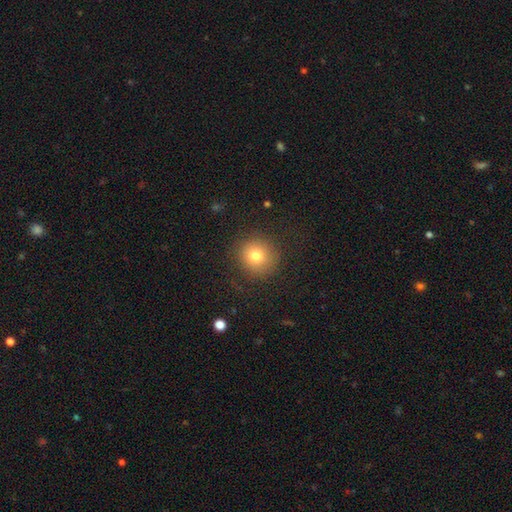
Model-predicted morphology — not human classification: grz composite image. It shows a smooth galaxy with no disk features (78%) that is round (91%). Merging: none (84%).